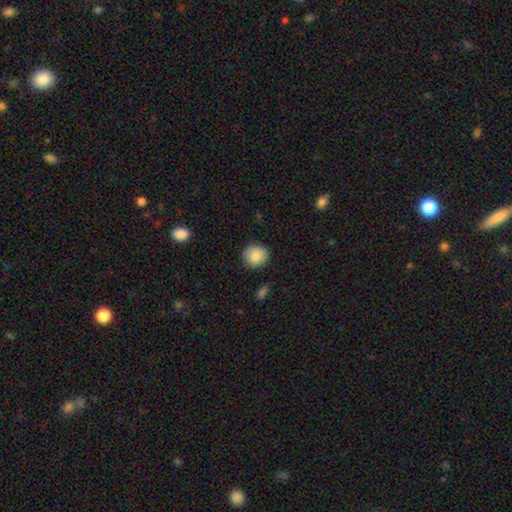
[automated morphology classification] type=smooth (84%); roundness=round (88%); merging=none (86%).